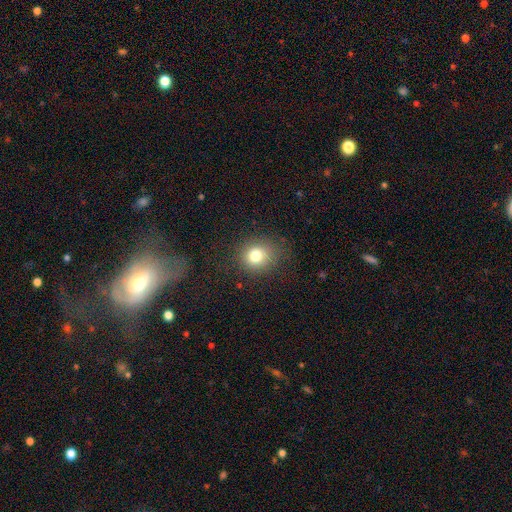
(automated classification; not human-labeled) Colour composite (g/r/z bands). It shows a smooth galaxy with no disk features (79%) that is round (78%). Merging: none (82%).